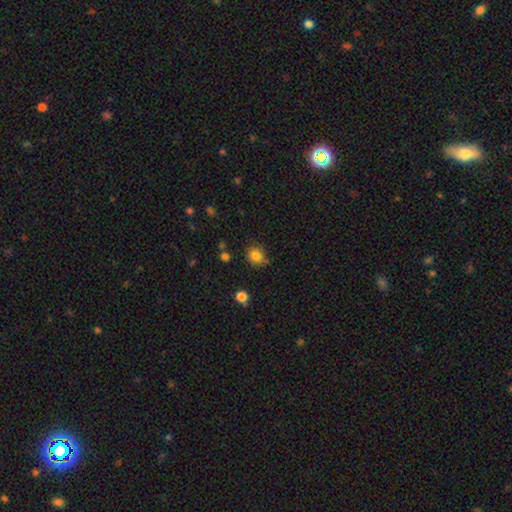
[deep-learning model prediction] Q: Smooth or featured?
A: smooth (83%); runner-up: star or artifact (12%)
Q: How rounded?
A: round (77%); runner-up: in between (22%)
Q: Merging?
A: none (75%); runner-up: minor disturbance (17%)